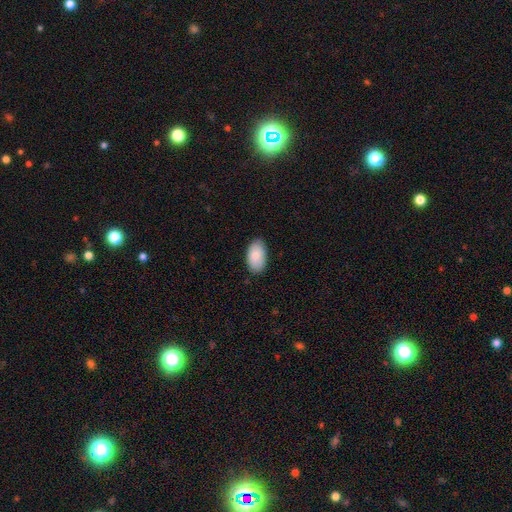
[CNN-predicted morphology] Smooth or featured? smooth (88%)
How rounded? in between (95%)
Merging? none (85%)